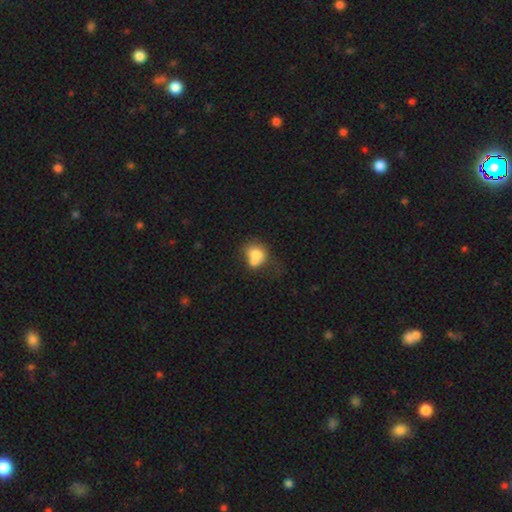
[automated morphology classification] A smooth galaxy with no disk features (72%) that is round (59%). Merging: merger (47%).